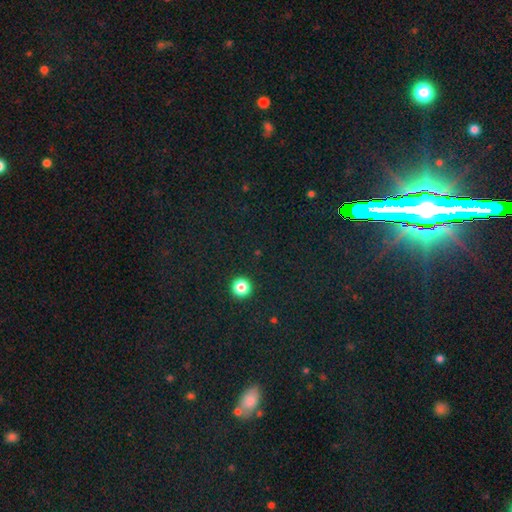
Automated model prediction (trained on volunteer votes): Q: Smooth or featured?
A: star or artifact (76%); runner-up: smooth (14%)